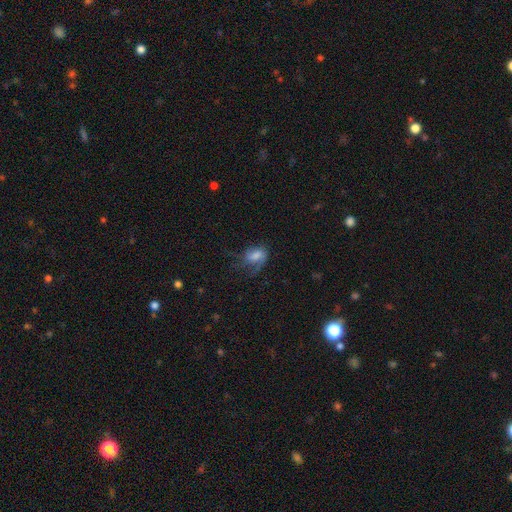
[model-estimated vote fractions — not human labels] A smooth galaxy with no disk features (48%).

Vote fractions:
- Smooth or featured? smooth: 48% / featured or disk: 42% / star or artifact: 10%
- Merging? major disturbance: 40% / none: 34% / minor disturbance: 24% / merger: 2%